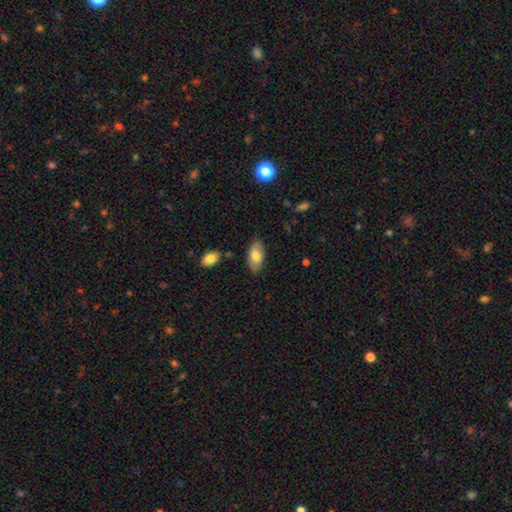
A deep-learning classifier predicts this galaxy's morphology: This appears to be a smooth galaxy with no disk features (73%) that is in between round and cigar-shaped (94%). Merging: none (82%).